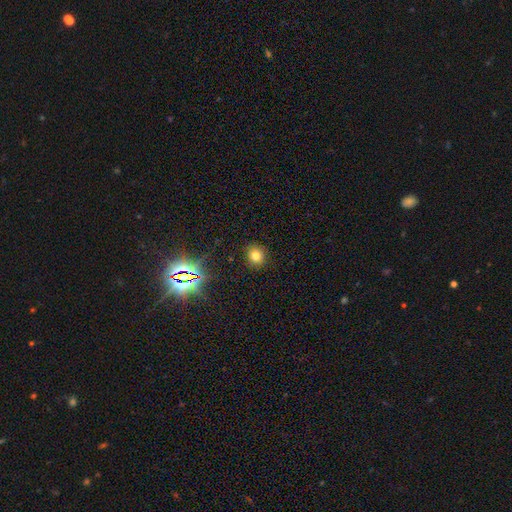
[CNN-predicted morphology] This appears to be a smooth galaxy with no disk features (73%) that is round (86%). Merging: none (89%).